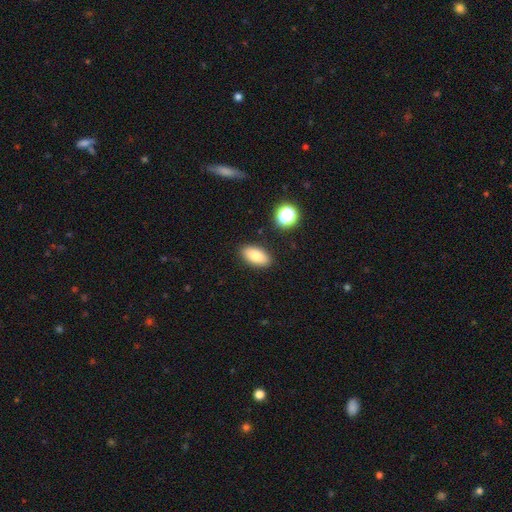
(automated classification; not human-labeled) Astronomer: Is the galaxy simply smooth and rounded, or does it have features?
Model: smooth — 82%.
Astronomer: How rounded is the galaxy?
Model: in between — 91%.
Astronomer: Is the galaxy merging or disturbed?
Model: none — 88%.